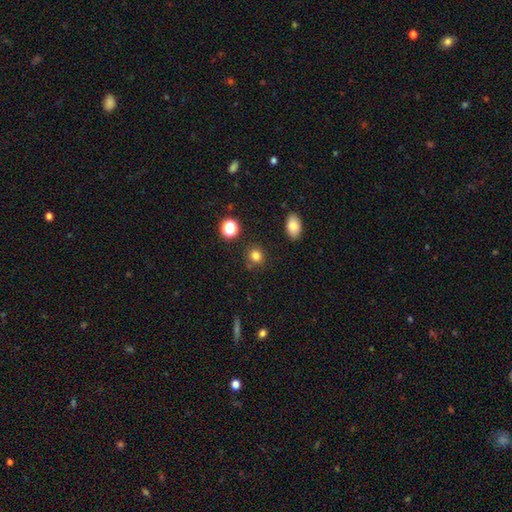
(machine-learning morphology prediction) Smooth or featured? smooth (81%)
How rounded? round (82%)
Merging? none (83%)